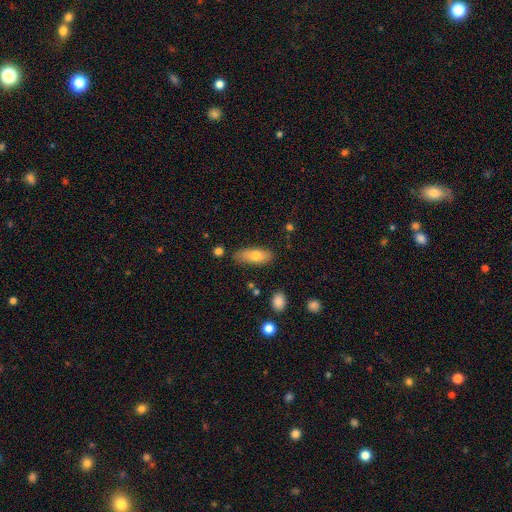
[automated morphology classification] Smooth or featured? Predicted: smooth (p=0.73). How rounded? Predicted: in between (p=0.73). Merging? Predicted: none (p=0.77).